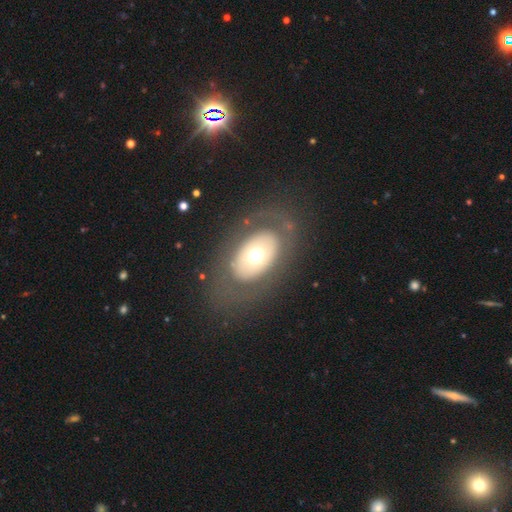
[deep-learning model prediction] smooth-or-featured: smooth: 47% | featured or disk: 46% | star or artifact: 8%
  merging: none: 78% | major disturbance: 10% | minor disturbance: 10% | merger: 1%